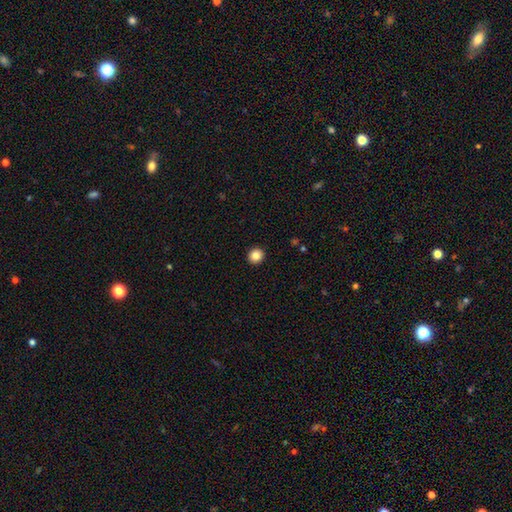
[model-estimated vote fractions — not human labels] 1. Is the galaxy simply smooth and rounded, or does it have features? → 85% smooth, 10% star or artifact, 5% featured or disk.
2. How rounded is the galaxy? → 91% round, 8% in between, 1% cigar-shaped.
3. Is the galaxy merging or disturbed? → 93% none, 4% minor disturbance, 1% major disturbance, 1% merger.